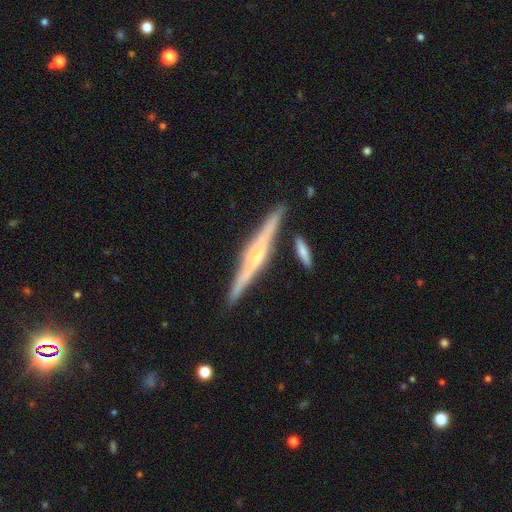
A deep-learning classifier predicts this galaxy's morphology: smooth_or_featured: featured or disk (p=0.77) [alt: smooth p=0.17]
disk_edge_on: yes (p=0.97) [alt: no p=0.03]
edge_on_bulge: rounded (p=0.51) [alt: boxy p=0.32]
merging: none (p=0.83) [alt: minor disturbance p=0.09]